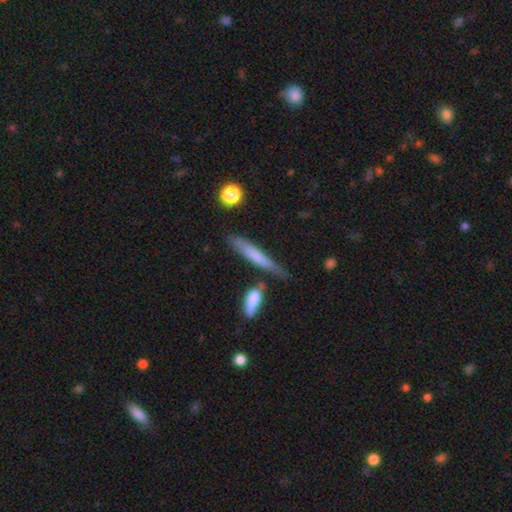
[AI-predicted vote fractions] Morphology: type=smooth (62%); roundness=cigar-shaped (91%); merging=none (67%).